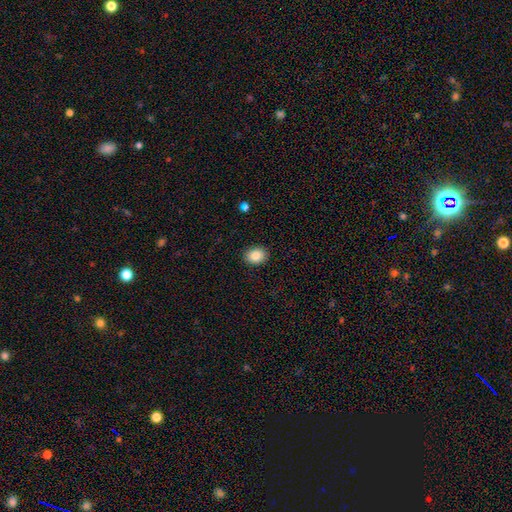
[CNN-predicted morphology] A smooth galaxy with no disk features (85%) that is in between round and cigar-shaped (54%). Merging: none (90%).